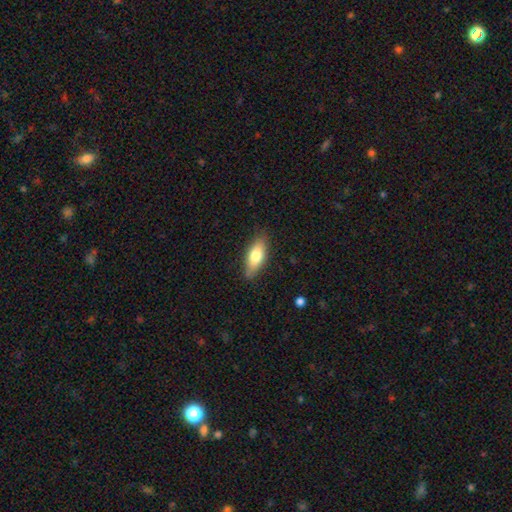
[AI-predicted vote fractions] Morphology: type=smooth (74%); roundness=in between (75%); merging=none (82%).